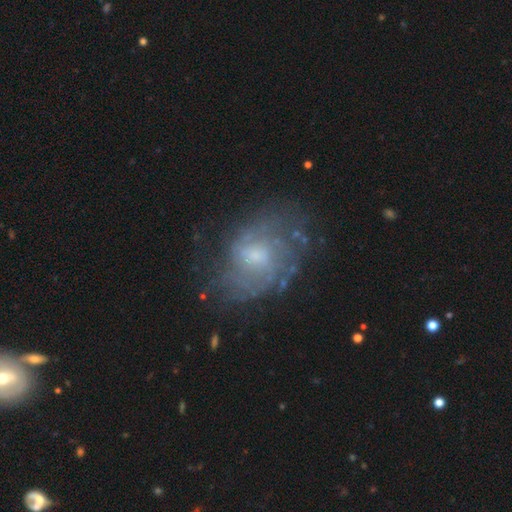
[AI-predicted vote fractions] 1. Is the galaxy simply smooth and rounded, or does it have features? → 73% featured or disk, 18% smooth, 9% star or artifact.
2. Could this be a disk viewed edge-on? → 97% no, 3% yes.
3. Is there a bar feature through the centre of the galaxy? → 60% no, 35% weak, 4% strong.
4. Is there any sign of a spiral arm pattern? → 80% yes, 20% no.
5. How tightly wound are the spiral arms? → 42% tight, 38% medium, 19% loose.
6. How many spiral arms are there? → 49% can't tell, 25% 2, 10% 3, 6% 4, 5% 1, 4% more than 4.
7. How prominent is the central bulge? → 50% small, 37% moderate, 8% none, 4% large, 1% dominant.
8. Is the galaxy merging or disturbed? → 65% none, 20% minor disturbance, 13% major disturbance, 2% merger.